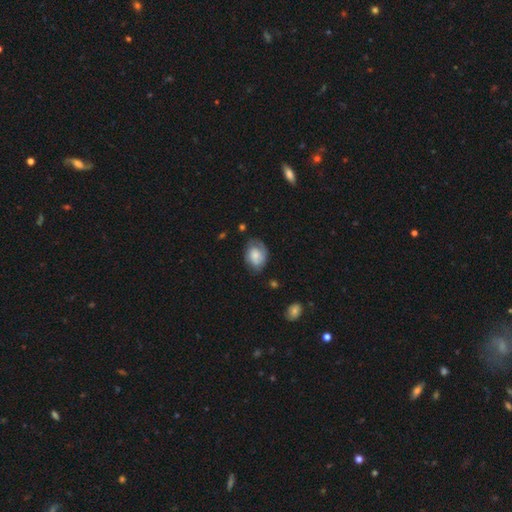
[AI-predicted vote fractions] smooth_or_featured: smooth (p=0.48) [alt: featured or disk p=0.44]
merging: none (p=0.62) [alt: minor disturbance p=0.27]